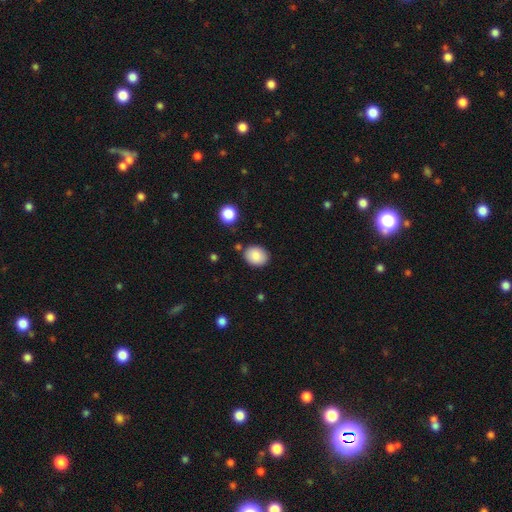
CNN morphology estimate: Smooth or featured? smooth (86%)
How rounded? in between (51%)
Merging? none (82%)